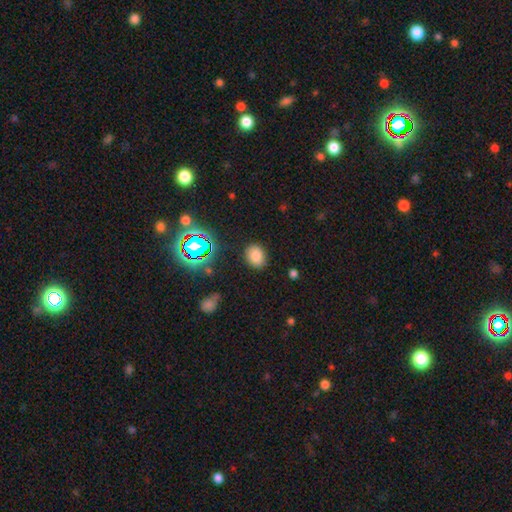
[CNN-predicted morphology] A smooth galaxy with no disk features (76%) that is in between round and cigar-shaped (56%).

Vote fractions:
- Smooth or featured? smooth: 76% / star or artifact: 17% / featured or disk: 7%
- How rounded? in between: 56% / round: 43% / cigar-shaped: 1%
- Merging? none: 84% / minor disturbance: 11% / major disturbance: 3% / merger: 2%